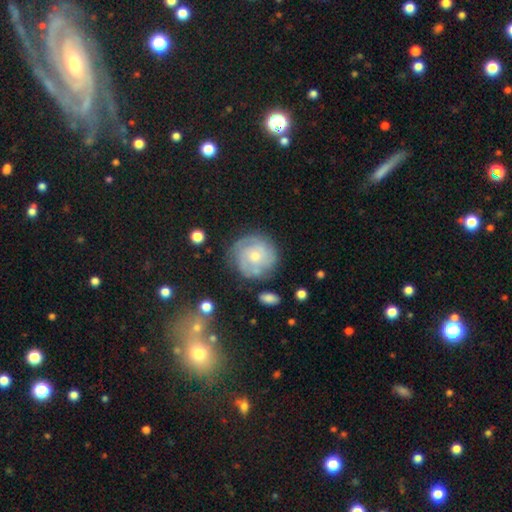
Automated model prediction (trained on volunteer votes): featured or disk 58%, smooth 35%, star or artifact 7%. Down the decision tree: edge-on disk — no (97%); bar — no (80%); spiral arms — yes (76%); bulge size — moderate (48%); merging — none (70%).